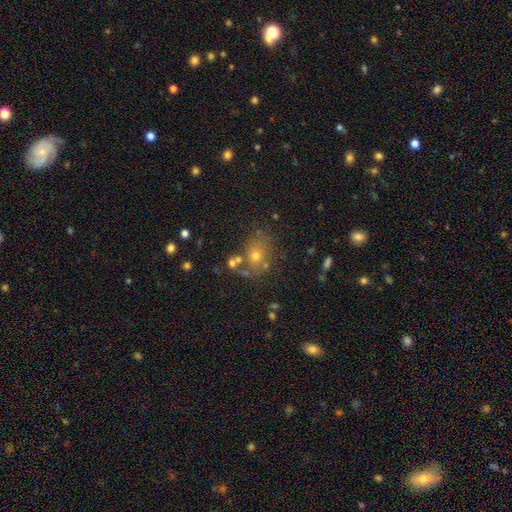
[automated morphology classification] Smooth or featured?
  - smooth: 59% *
  - star or artifact: 23%
  - featured or disk: 18%
How rounded?
  - round: 62% *
  - in between: 37%
  - cigar-shaped: 1%
Merging?
  - none: 63% *
  - merger: 16%
  - minor disturbance: 14%
  - major disturbance: 7%